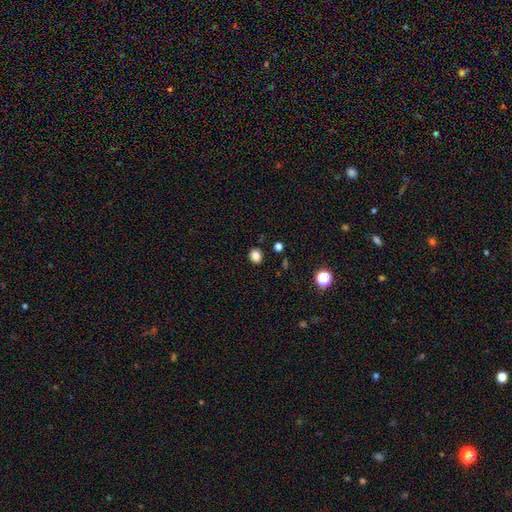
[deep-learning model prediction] A smooth galaxy with no disk features (84%) that is round (67%).

Vote fractions:
- Smooth or featured? smooth: 84% / star or artifact: 12% / featured or disk: 4%
- How rounded? round: 67% / in between: 32% / cigar-shaped: 1%
- Merging? none: 89% / minor disturbance: 7% / major disturbance: 2% / merger: 2%